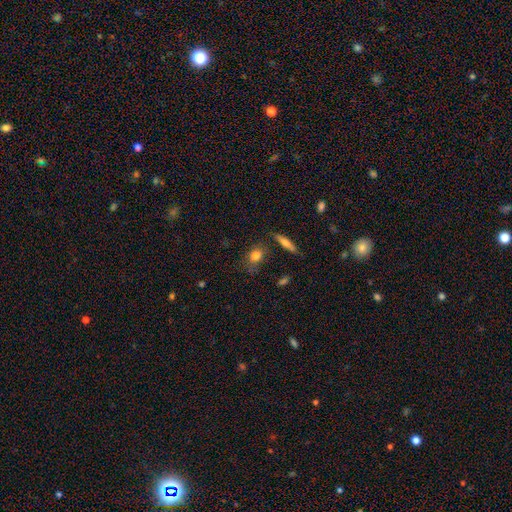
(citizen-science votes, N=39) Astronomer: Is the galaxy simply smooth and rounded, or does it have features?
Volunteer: smooth — 85%.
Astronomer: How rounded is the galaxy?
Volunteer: in between — 52% (runner-up: round, 42%).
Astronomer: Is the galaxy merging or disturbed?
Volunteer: none — 74%.